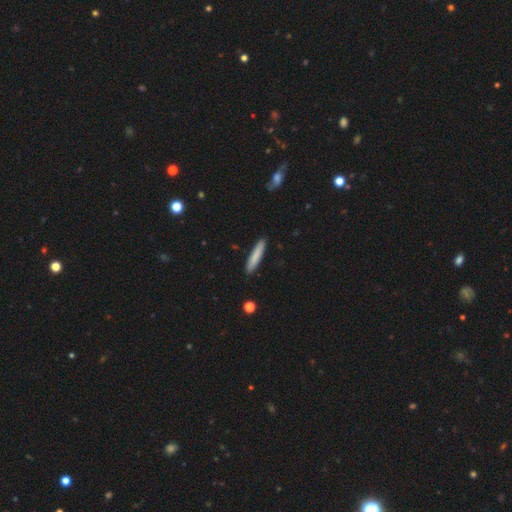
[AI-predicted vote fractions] Smooth or featured?
  - smooth: 81% *
  - featured or disk: 13%
  - star or artifact: 6%
How rounded?
  - cigar-shaped: 92% *
  - in between: 7%
  - round: 1%
Merging?
  - none: 90% *
  - minor disturbance: 7%
  - major disturbance: 1%
  - merger: 1%